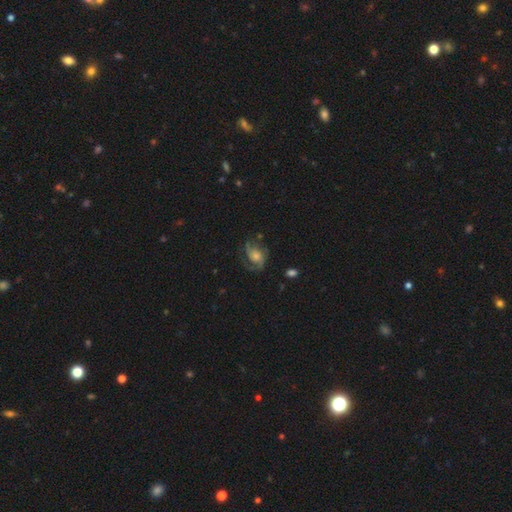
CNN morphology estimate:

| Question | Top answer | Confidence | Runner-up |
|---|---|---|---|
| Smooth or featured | featured or disk | 73% | smooth (18%) |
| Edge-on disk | no | 97% | yes (3%) |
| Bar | no | 68% | weak (26%) |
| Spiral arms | yes | 92% | no (8%) |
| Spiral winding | medium | 48% | tight (26%) |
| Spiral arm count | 2 | 46% | 3 (21%) |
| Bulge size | moderate | 49% | small (32%) |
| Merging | none | 61% | minor disturbance (20%) |